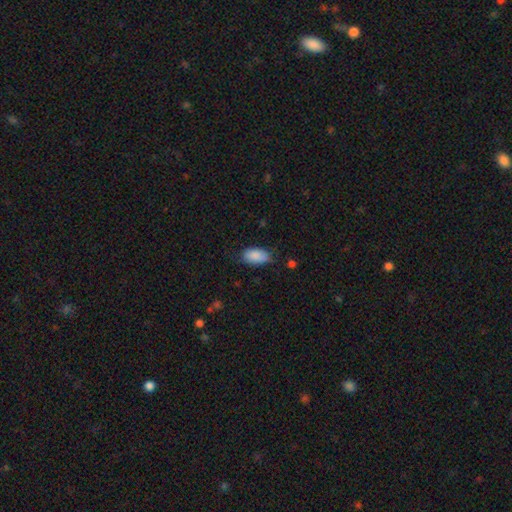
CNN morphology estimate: type=smooth (88%); roundness=in between (93%); merging=none (73%).